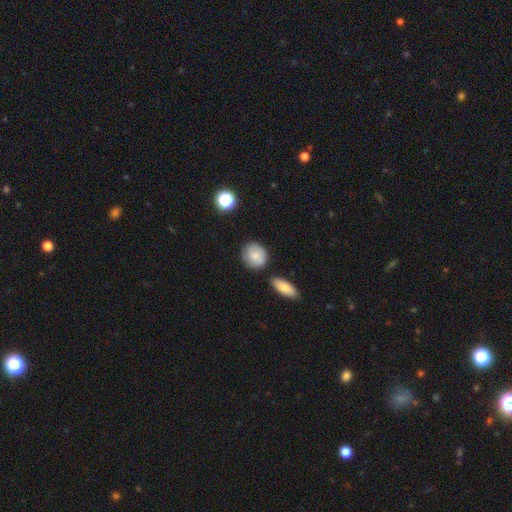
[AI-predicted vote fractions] smooth 70%, featured or disk 23%, star or artifact 8%. Down the decision tree: how rounded — round (76%); merging — none (75%).